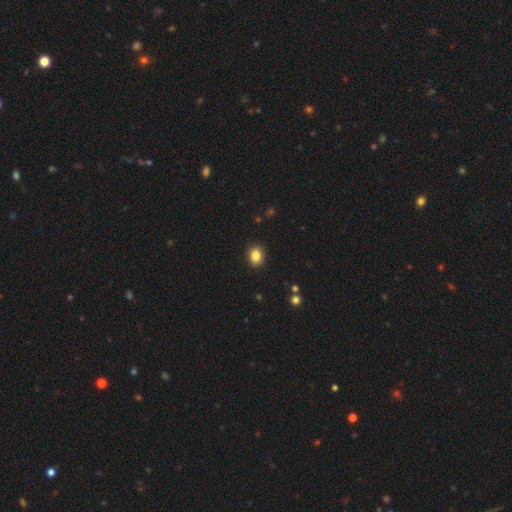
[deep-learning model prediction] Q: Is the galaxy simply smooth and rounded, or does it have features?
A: smooth — 84%.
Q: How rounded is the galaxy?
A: in between — 50%.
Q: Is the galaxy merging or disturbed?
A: none — 90%.